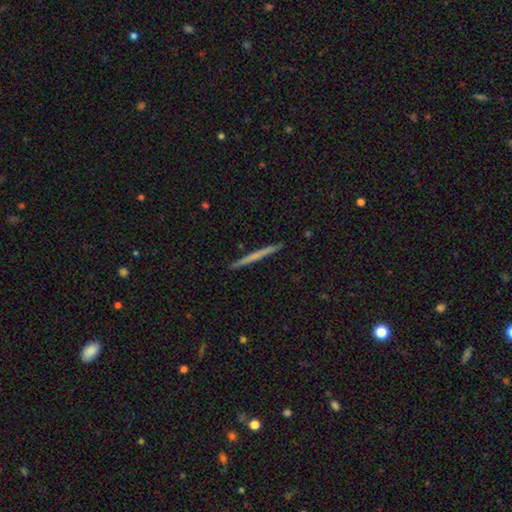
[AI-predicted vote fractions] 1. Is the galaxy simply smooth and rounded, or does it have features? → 50% smooth, 45% featured or disk, 5% star or artifact.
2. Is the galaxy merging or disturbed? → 93% none, 5% minor disturbance, 1% major disturbance, 1% merger.